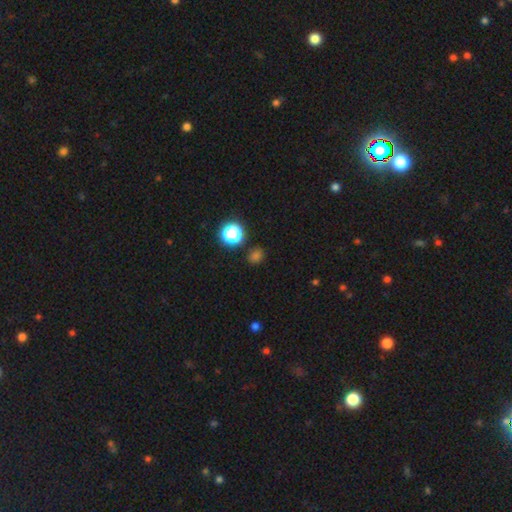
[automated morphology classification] Smooth or featured? Predicted: smooth (p=0.62). How rounded? Predicted: round (p=0.76). Merging? Predicted: none (p=0.85).